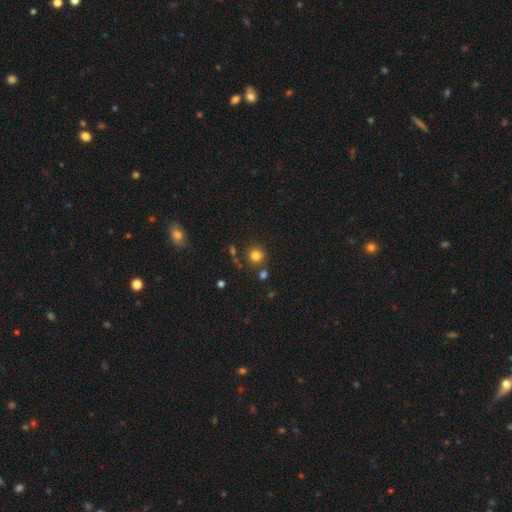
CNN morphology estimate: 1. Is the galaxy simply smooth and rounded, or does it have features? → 80% smooth, 14% star or artifact, 6% featured or disk.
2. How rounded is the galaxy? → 90% round, 9% in between, 1% cigar-shaped.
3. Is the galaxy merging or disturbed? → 79% none, 9% minor disturbance, 9% merger, 3% major disturbance.